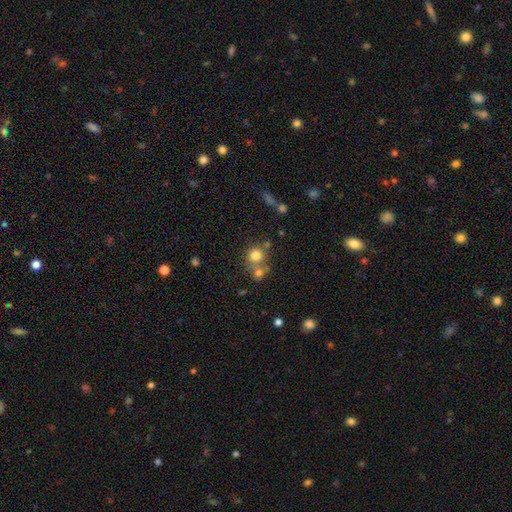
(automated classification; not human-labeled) The model was most divided on "merging": none: 51%, merger: 36%, minor disturbance: 9%, major disturbance: 5%. More confident: how rounded — round (87%); smooth or featured — smooth (76%).